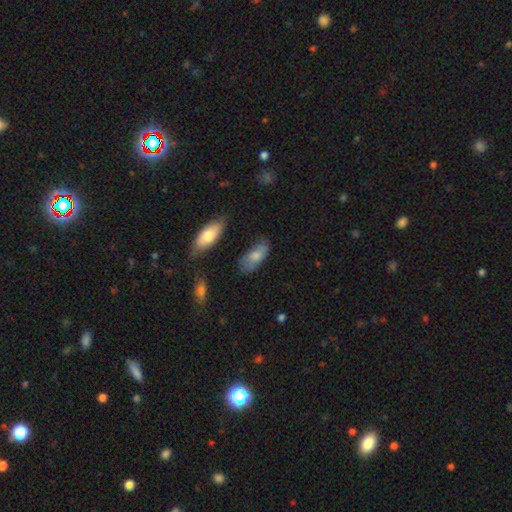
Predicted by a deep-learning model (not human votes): Q: Smooth or featured?
A: smooth (73%); runner-up: featured or disk (20%)
Q: How rounded?
A: in between (87%); runner-up: cigar-shaped (10%)
Q: Merging?
A: none (66%); runner-up: minor disturbance (24%)